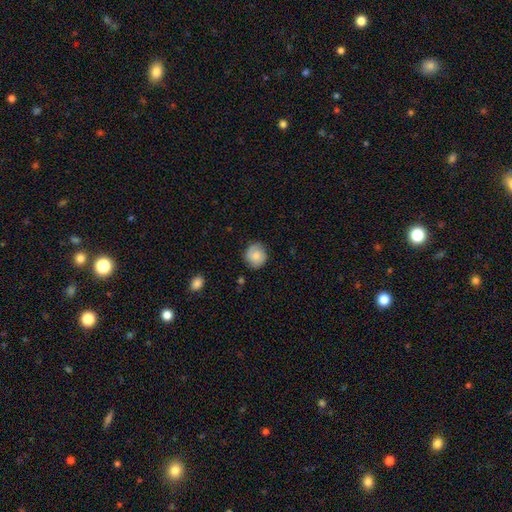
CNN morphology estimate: Smooth or featured? Predicted: smooth (p=0.71). How rounded? Predicted: round (p=0.86). Merging? Predicted: none (p=0.77).